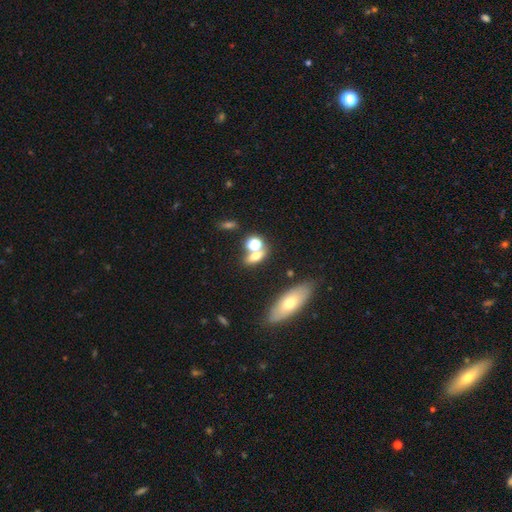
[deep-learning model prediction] Smooth or featured? Predicted: smooth (p=0.63). How rounded? Predicted: in between (p=0.52). Merging? Predicted: none (p=0.51).